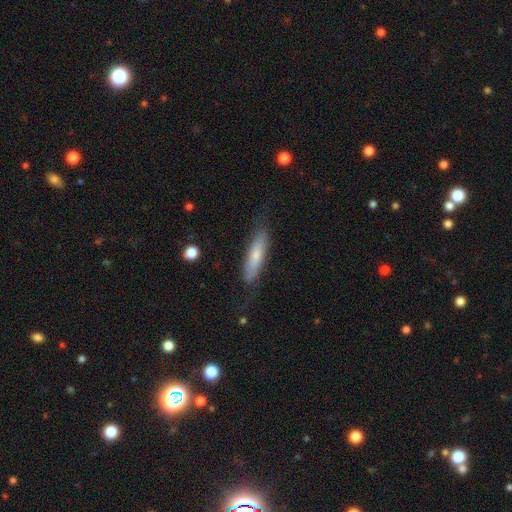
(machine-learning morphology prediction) Smooth or featured: smooth — 61% (featured or disk — 33%)
How rounded: cigar-shaped — 72% (in between — 26%)
Merging: none — 72% (minor disturbance — 19%)